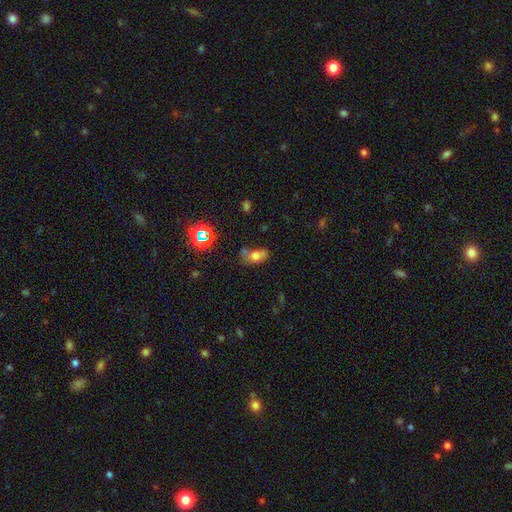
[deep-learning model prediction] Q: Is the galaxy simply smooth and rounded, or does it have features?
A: smooth — 65%.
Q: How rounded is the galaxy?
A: in between — 72%.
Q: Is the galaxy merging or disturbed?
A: none — 36%.